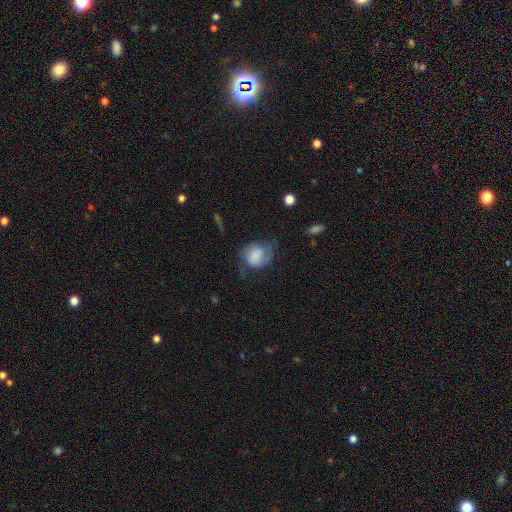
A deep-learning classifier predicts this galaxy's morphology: smooth-or-featured: featured or disk: 47% | smooth: 44% | star or artifact: 9%
  merging: none: 44% | minor disturbance: 27% | major disturbance: 26% | merger: 3%